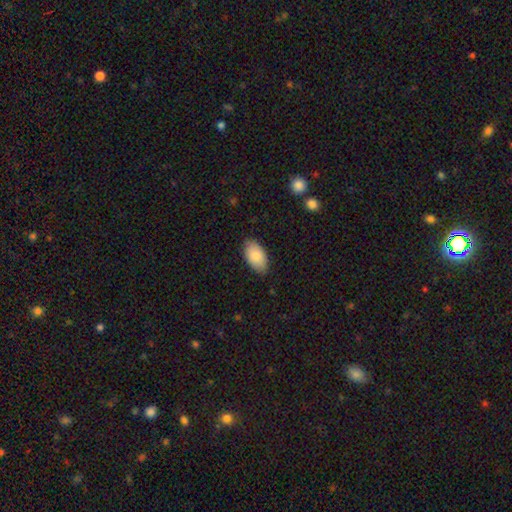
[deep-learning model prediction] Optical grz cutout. It shows a smooth galaxy with no disk features (84%) that is in between round and cigar-shaped (95%). Merging: none (84%).